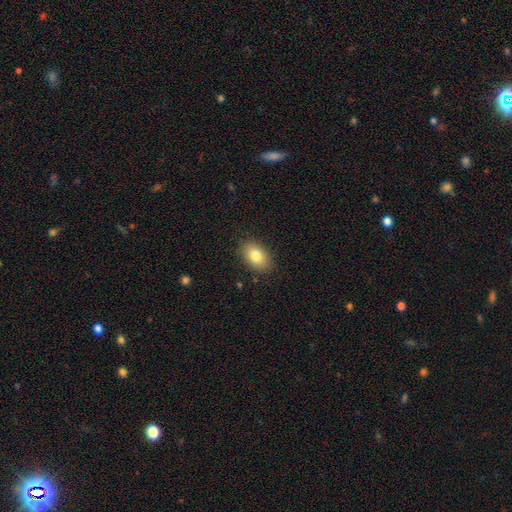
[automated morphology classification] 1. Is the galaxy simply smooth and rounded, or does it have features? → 81% smooth, 10% featured or disk, 8% star or artifact.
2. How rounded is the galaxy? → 87% in between, 11% round, 1% cigar-shaped.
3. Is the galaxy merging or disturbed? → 88% none, 9% minor disturbance, 2% major disturbance, 1% merger.